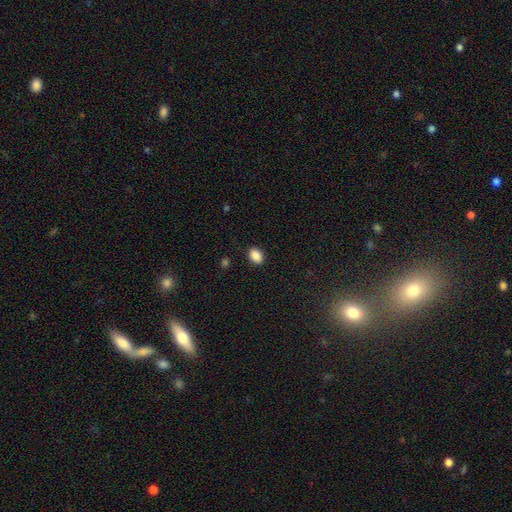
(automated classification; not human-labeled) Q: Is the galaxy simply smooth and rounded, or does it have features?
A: smooth — 88%.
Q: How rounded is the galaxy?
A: in between — 77%.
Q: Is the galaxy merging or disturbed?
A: none — 88%.